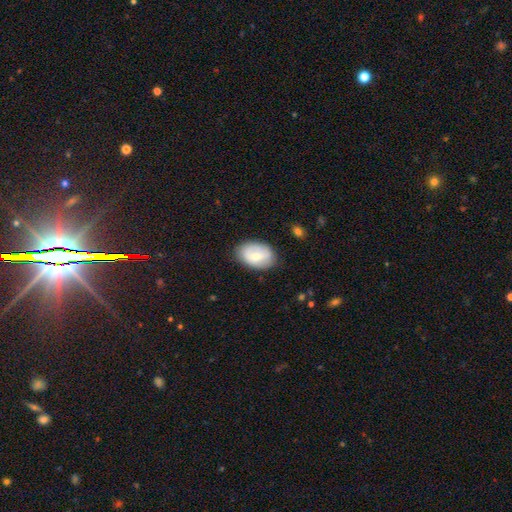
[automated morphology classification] smooth 62%, featured or disk 31%, star or artifact 7%. Down the decision tree: how rounded — in between (82%); merging — none (78%).